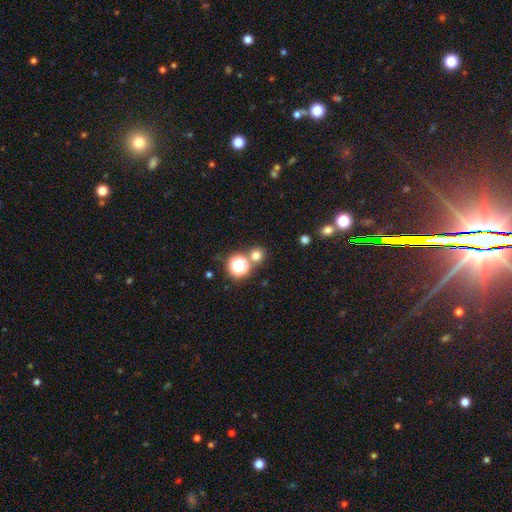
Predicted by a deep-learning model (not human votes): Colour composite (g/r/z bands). It shows a smooth galaxy with no disk features (69%) that is round (91%). Merging: none (75%).